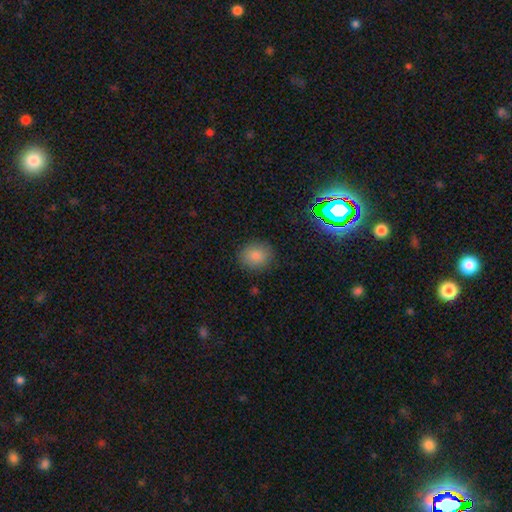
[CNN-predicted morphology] Smooth or featured? Predicted: smooth (p=0.85). How rounded? Predicted: round (p=0.73). Merging? Predicted: none (p=0.86).